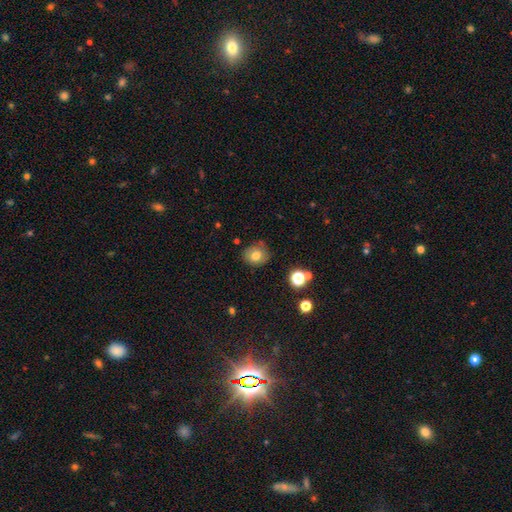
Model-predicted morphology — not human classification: Q: Smooth or featured?
A: smooth (74%); runner-up: featured or disk (13%)
Q: How rounded?
A: round (75%); runner-up: in between (24%)
Q: Merging?
A: none (77%); runner-up: minor disturbance (15%)